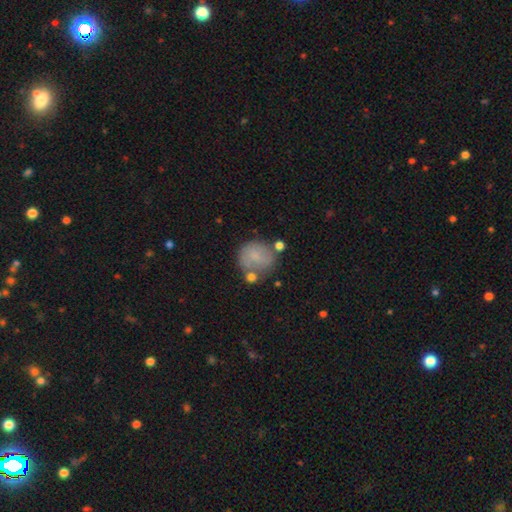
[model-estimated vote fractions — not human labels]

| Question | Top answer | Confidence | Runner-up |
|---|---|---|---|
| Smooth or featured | smooth | 71% | featured or disk (21%) |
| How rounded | round | 86% | in between (13%) |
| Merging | none | 57% | minor disturbance (21%) |